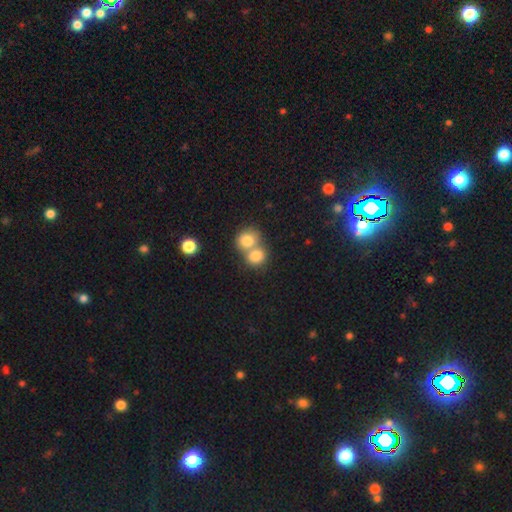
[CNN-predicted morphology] A smooth galaxy with no disk features (80%) that is round (73%). Merging: merger (60%).